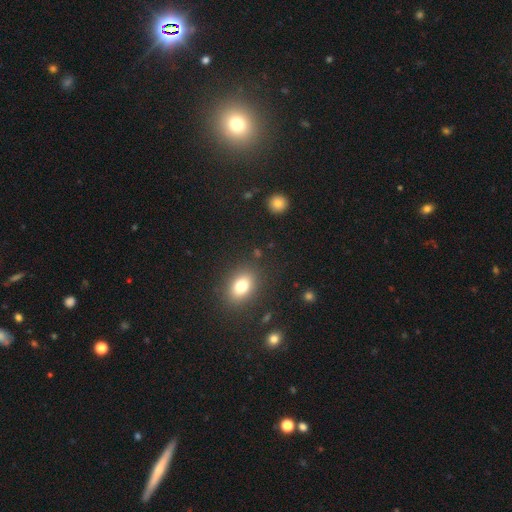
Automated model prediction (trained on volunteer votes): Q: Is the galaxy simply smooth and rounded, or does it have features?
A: smooth — 58%.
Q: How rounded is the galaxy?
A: round — 62%.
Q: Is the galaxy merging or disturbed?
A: none — 88%.